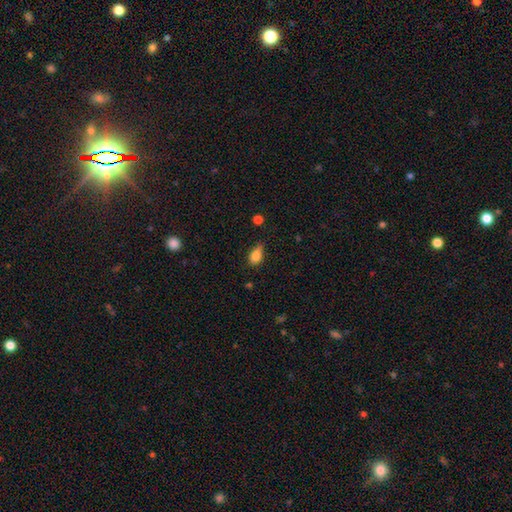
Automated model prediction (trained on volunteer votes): smooth 85%, star or artifact 9%, featured or disk 6%. Down the decision tree: how rounded — in between (85%); merging — none (52%).